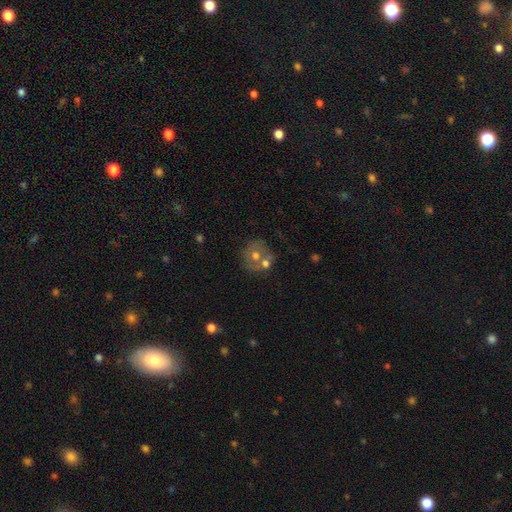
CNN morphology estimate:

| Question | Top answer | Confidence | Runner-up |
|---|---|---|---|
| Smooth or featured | smooth | 46% | featured or disk (41%) |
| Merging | none | 55% | merger (29%) |